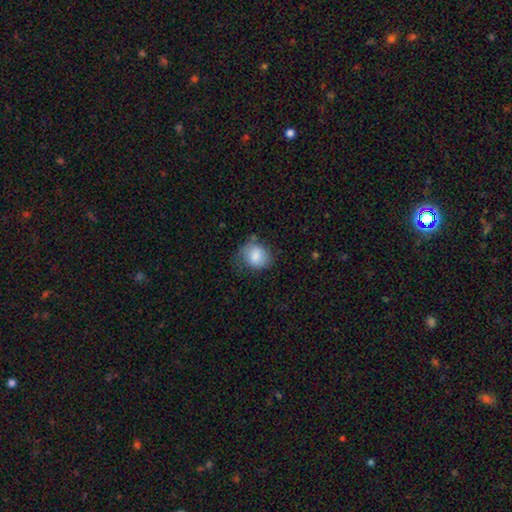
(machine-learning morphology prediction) This appears to be a smooth galaxy with no disk features (82%) that is round (61%). Merging: none (54%).